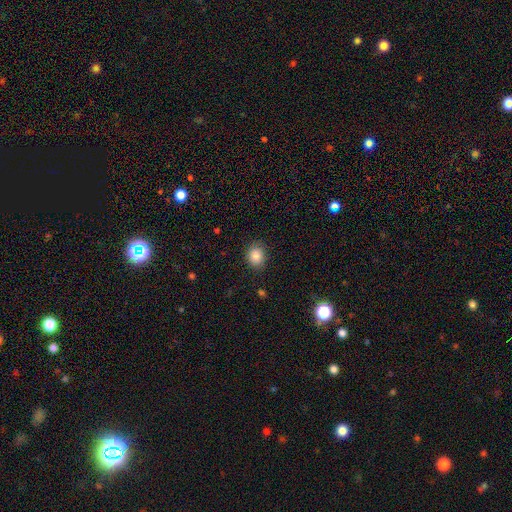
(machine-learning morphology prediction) Smooth or featured?
  - smooth: 86% *
  - star or artifact: 9%
  - featured or disk: 5%
How rounded?
  - round: 58% *
  - in between: 42%
  - cigar-shaped: 1%
Merging?
  - none: 84% *
  - minor disturbance: 12%
  - major disturbance: 3%
  - merger: 1%